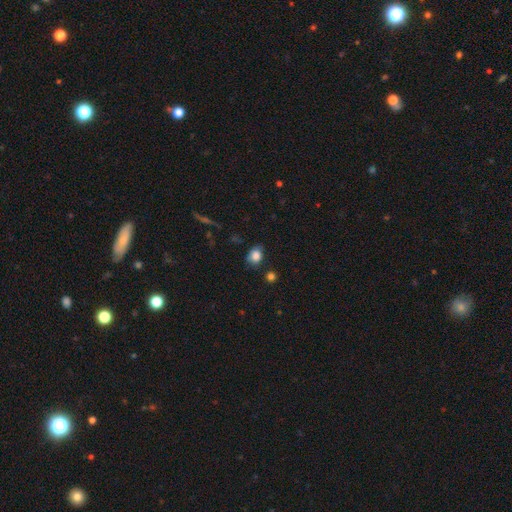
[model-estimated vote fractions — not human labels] Smooth or featured? smooth (82%)
How rounded? in between (51%)
Merging? none (69%)